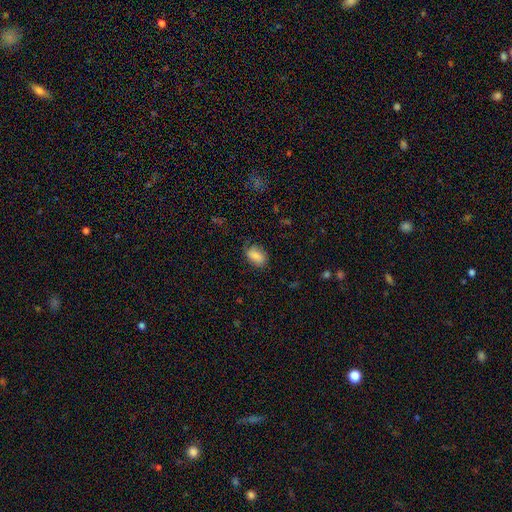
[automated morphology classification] Smooth or featured?
  - smooth: 83% *
  - featured or disk: 9%
  - star or artifact: 7%
How rounded?
  - in between: 89% *
  - round: 9%
  - cigar-shaped: 2%
Merging?
  - none: 77% *
  - minor disturbance: 18%
  - major disturbance: 4%
  - merger: 1%